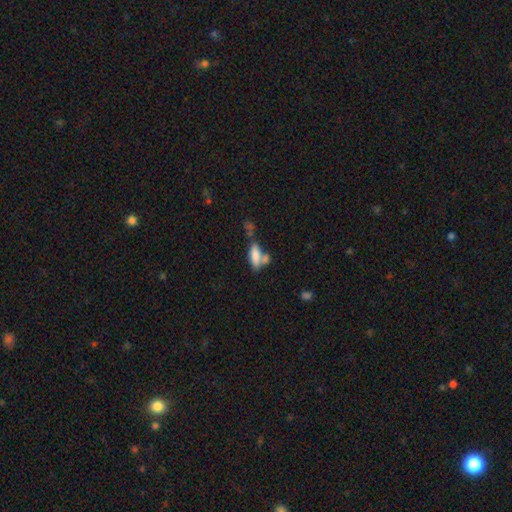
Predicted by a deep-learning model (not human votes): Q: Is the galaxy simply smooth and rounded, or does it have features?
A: smooth — 77%.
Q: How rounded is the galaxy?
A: in between — 72%.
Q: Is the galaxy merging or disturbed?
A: merger — 42%.